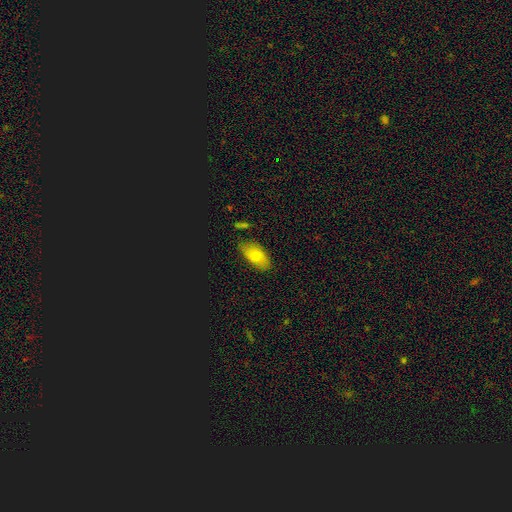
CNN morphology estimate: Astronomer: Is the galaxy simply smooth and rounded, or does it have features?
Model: smooth — 73%.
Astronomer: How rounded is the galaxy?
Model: in between — 92%.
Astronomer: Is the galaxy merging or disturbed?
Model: none — 78%.